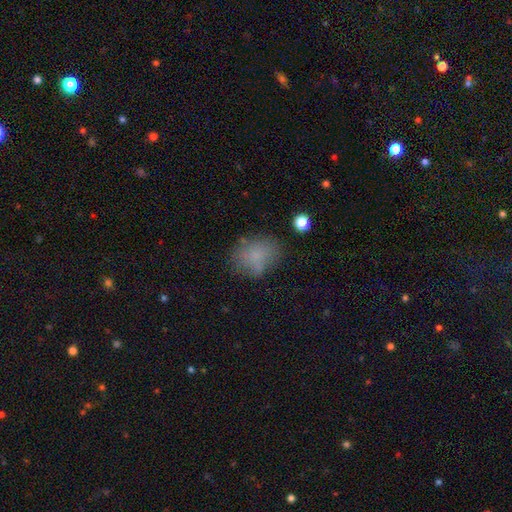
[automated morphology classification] Smooth or featured? Predicted: smooth (p=0.70). How rounded? Predicted: in between (p=0.55). Merging? Predicted: none (p=0.64).